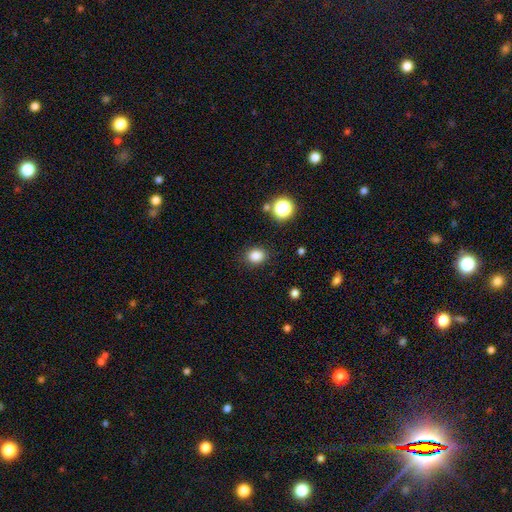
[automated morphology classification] Overall: smooth (84%). How rounded: round (59%; in between 41%). Merging: none (86%).